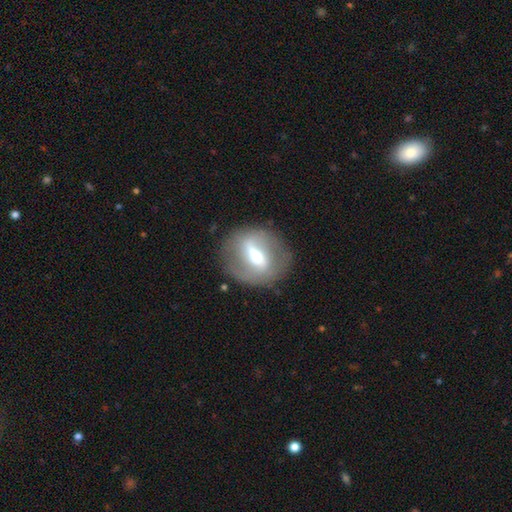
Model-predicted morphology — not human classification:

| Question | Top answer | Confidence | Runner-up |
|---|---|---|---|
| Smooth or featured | featured or disk | 58% | smooth (34%) |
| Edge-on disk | no | 87% | yes (13%) |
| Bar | strong | 56% | weak (31%) |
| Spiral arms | no | 62% | yes (38%) |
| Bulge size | moderate | 50% | large (24%) |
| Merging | none | 71% | minor disturbance (16%) |